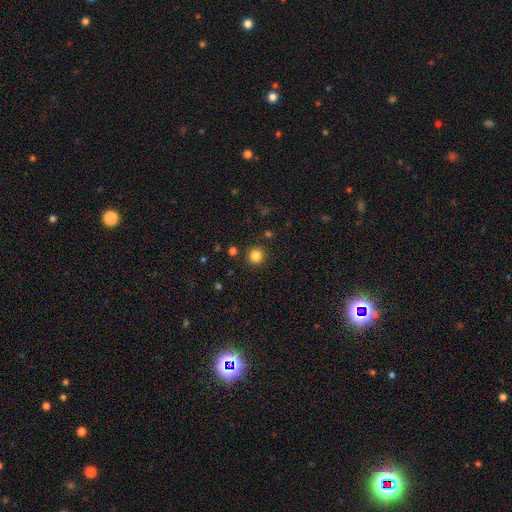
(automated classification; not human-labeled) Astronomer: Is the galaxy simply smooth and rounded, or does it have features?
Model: smooth — 84%.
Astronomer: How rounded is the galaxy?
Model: round — 95%.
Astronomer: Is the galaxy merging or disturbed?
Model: none — 91%.